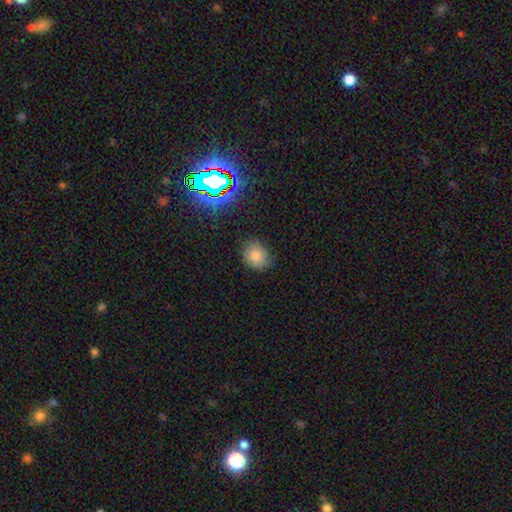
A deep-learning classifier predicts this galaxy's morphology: Smooth or featured? smooth (76%)
How rounded? round (64%)
Merging? none (79%)